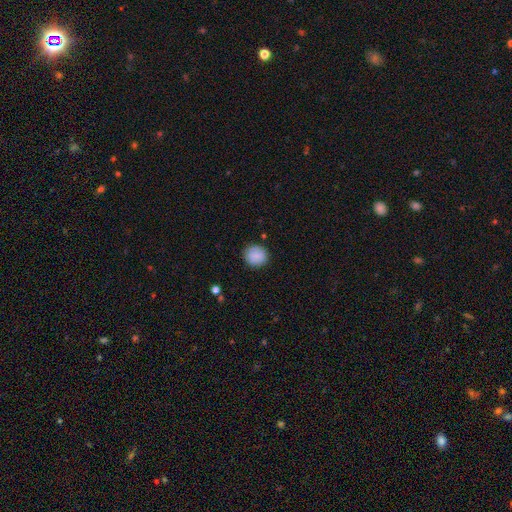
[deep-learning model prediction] smooth-or-featured: smooth: 86% | star or artifact: 7% | featured or disk: 6%
  how-rounded: round: 89% | in between: 10% | cigar-shaped: 1%
  merging: none: 89% | minor disturbance: 8% | major disturbance: 2% | merger: 1%